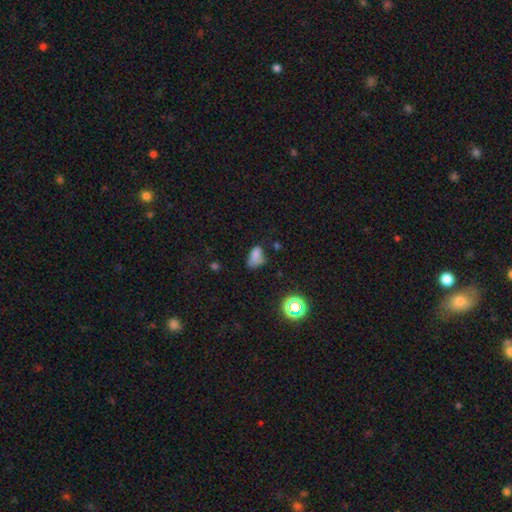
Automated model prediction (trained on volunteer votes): smooth-or-featured: smooth: 71% | star or artifact: 18% | featured or disk: 11%
  how-rounded: in between: 85% | round: 12% | cigar-shaped: 3%
  merging: none: 36% | minor disturbance: 35% | major disturbance: 22% | merger: 7%